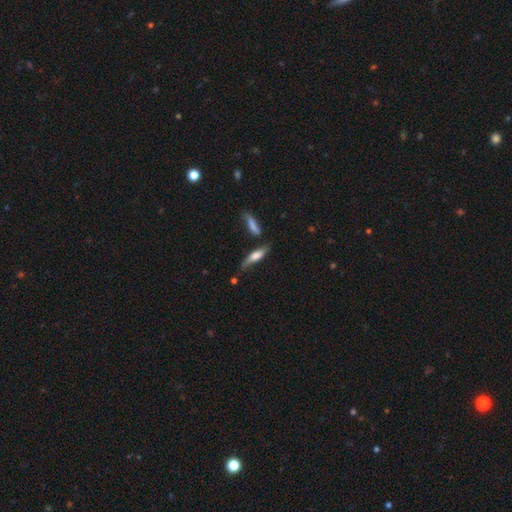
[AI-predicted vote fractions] smooth_or_featured: smooth (p=0.60) [alt: featured or disk p=0.32]
how_rounded: cigar-shaped (p=0.61) [alt: in between p=0.37]
merging: none (p=0.52) [alt: minor disturbance p=0.27]